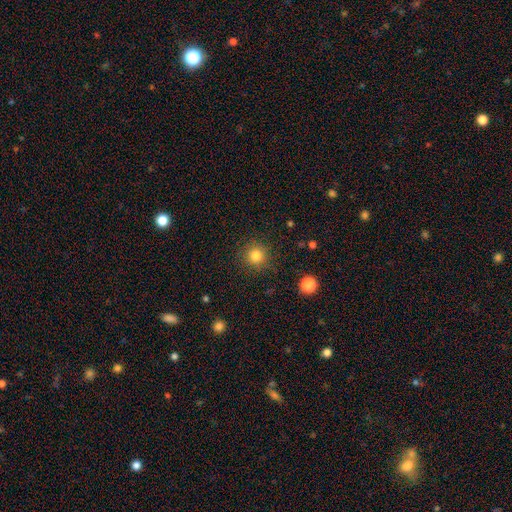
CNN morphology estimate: Smooth or featured?
  - smooth: 82% *
  - star or artifact: 12%
  - featured or disk: 5%
How rounded?
  - round: 94% *
  - in between: 5%
  - cigar-shaped: 1%
Merging?
  - none: 88% *
  - minor disturbance: 8%
  - major disturbance: 3%
  - merger: 1%